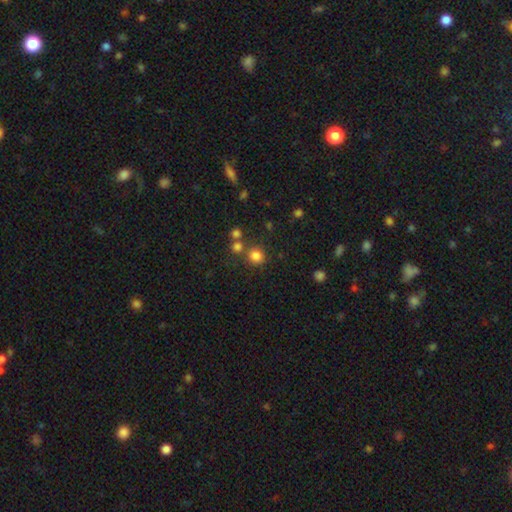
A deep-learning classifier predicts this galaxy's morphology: A smooth galaxy with no disk features (81%) that is round (90%). Merging: none (75%).